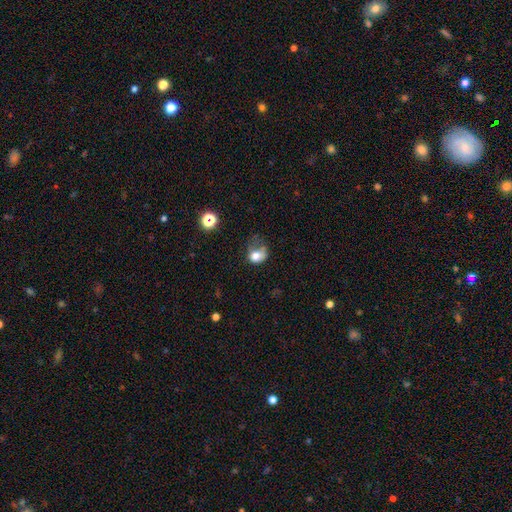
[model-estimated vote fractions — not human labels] Smooth or featured? Predicted: smooth (p=0.69). How rounded? Predicted: in between (p=0.50). Merging? Predicted: major disturbance (p=0.45).